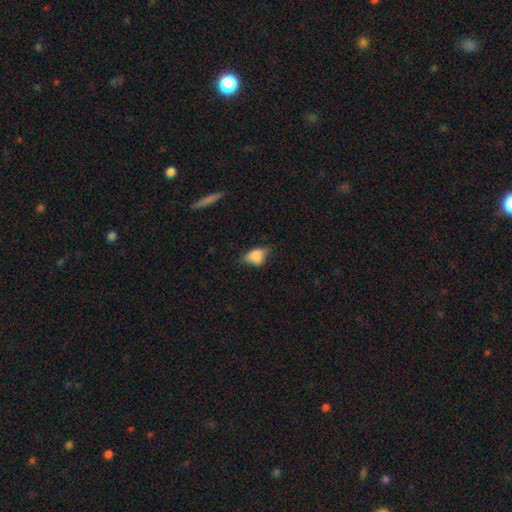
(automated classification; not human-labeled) Overall: smooth (73%). How rounded: in between (78%). Merging: none (49%; minor disturbance 36%).